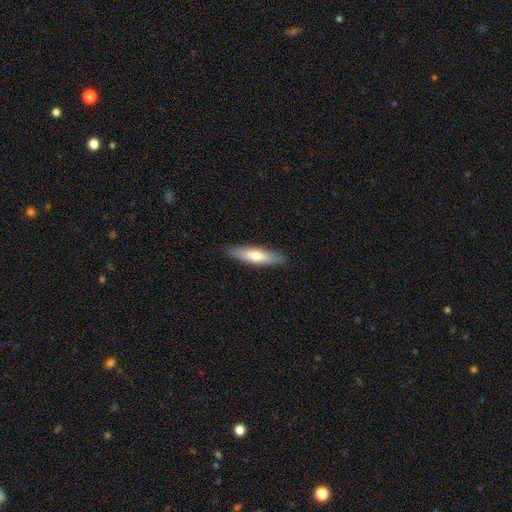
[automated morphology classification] Smooth or featured: smooth — 67% (featured or disk — 28%)
How rounded: cigar-shaped — 73% (in between — 25%)
Merging: none — 88% (minor disturbance — 9%)